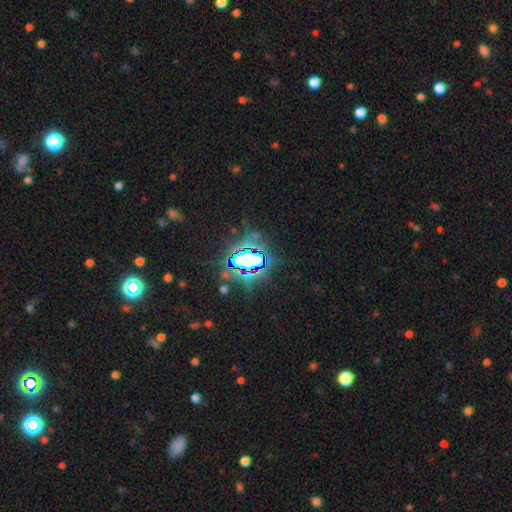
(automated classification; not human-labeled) smooth_or_featured: star or artifact (p=0.77) [alt: smooth p=0.13]